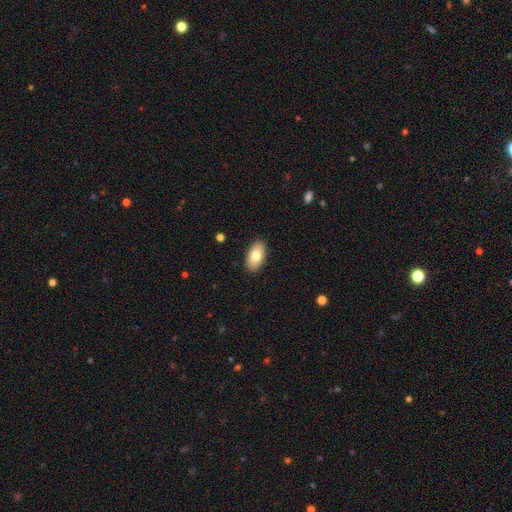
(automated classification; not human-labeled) A smooth galaxy with no disk features (78%) that is in between round and cigar-shaped (94%).

Vote fractions:
- Smooth or featured? smooth: 78% / featured or disk: 15% / star or artifact: 7%
- How rounded? in between: 94% / round: 4% / cigar-shaped: 2%
- Merging? none: 89% / minor disturbance: 8% / major disturbance: 2% / merger: 1%